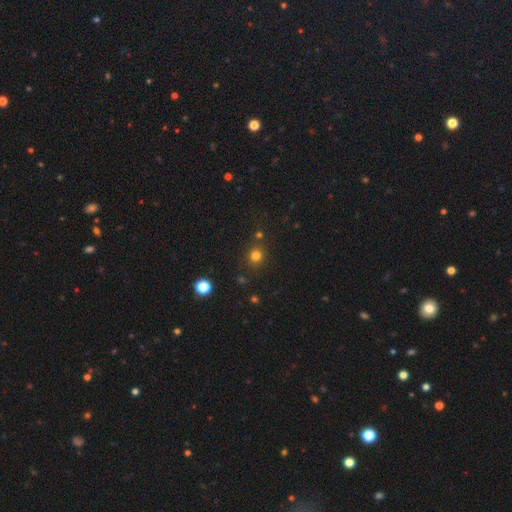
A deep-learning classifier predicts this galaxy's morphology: Overall: smooth (77%). How rounded: round (87%). Merging: none (82%).